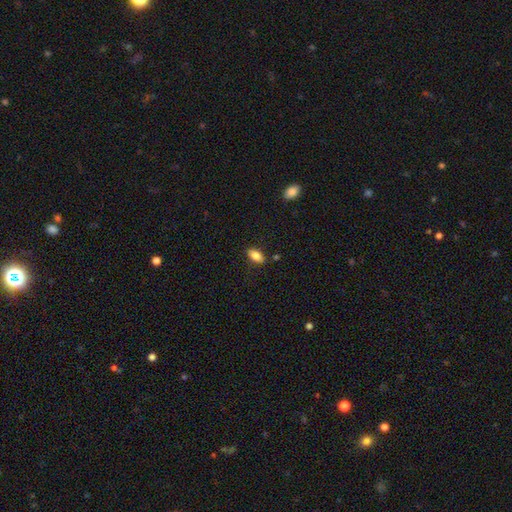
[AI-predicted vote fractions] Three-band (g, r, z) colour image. It shows a smooth galaxy with no disk features (83%) that is in between round and cigar-shaped (89%). Merging: none (84%).